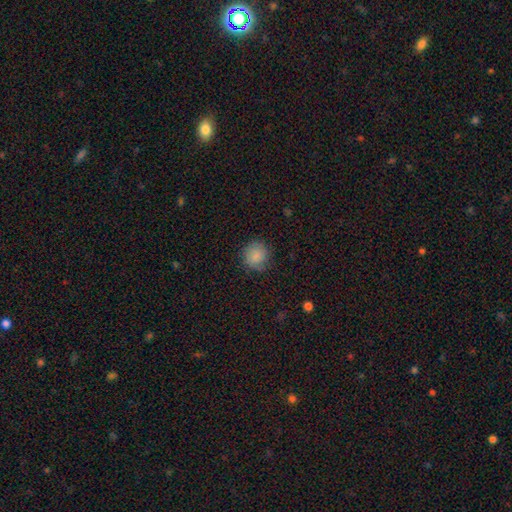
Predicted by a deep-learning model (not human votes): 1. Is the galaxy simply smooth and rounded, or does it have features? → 83% smooth, 8% featured or disk, 8% star or artifact.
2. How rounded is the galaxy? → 89% round, 10% in between, 1% cigar-shaped.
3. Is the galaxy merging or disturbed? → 80% none, 14% minor disturbance, 4% major disturbance, 1% merger.